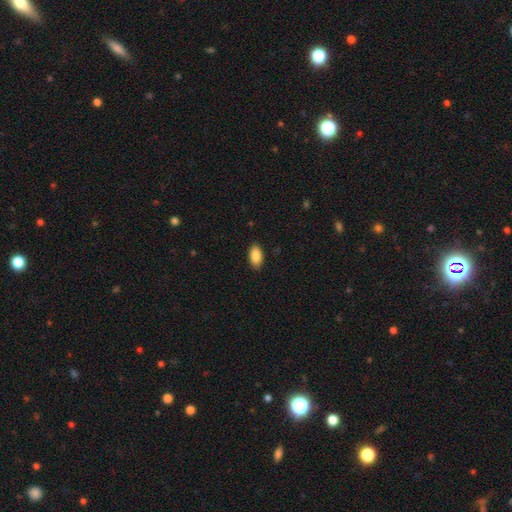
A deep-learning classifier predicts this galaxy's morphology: smooth-or-featured: smooth: 89% | star or artifact: 7% | featured or disk: 4%
  how-rounded: in between: 94% | cigar-shaped: 3% | round: 3%
  merging: none: 89% | minor disturbance: 8% | major disturbance: 2% | merger: 1%